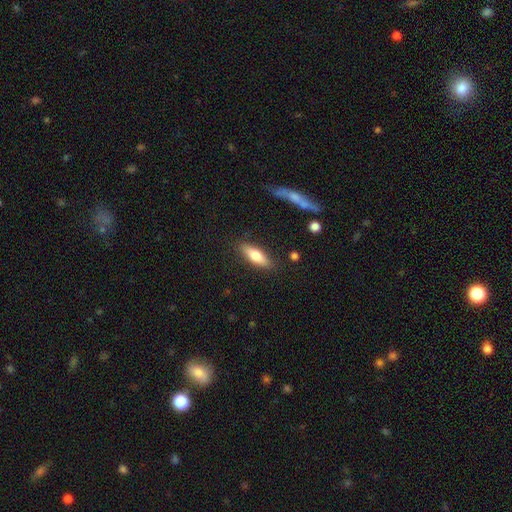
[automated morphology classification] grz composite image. It shows a smooth galaxy with no disk features (71%) that is in between round and cigar-shaped (56%). Merging: none (85%).